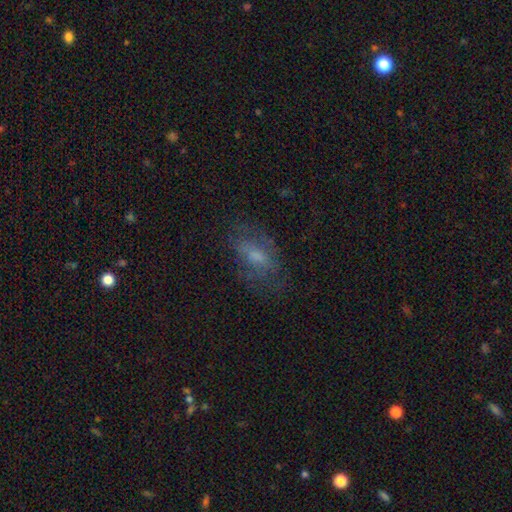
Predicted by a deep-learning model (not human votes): Overall: featured or disk (42%, tied with smooth). Merging: none (65%).